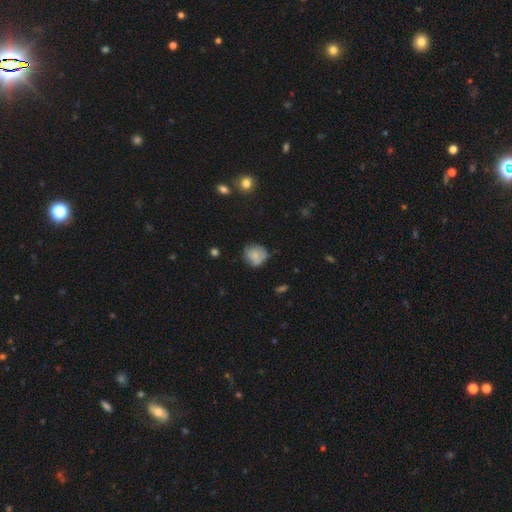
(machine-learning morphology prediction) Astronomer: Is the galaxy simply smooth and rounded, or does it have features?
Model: smooth — 68%.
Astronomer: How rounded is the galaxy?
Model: round — 79%.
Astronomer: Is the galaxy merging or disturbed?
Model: none — 58%.